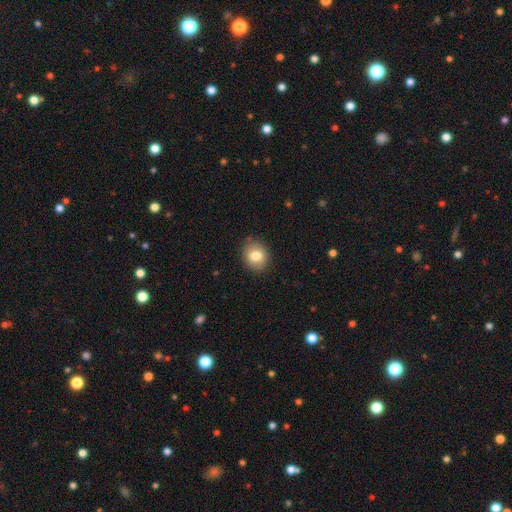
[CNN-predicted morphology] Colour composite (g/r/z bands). It shows a smooth galaxy with no disk features (81%) that is round (62%). Merging: none (87%).